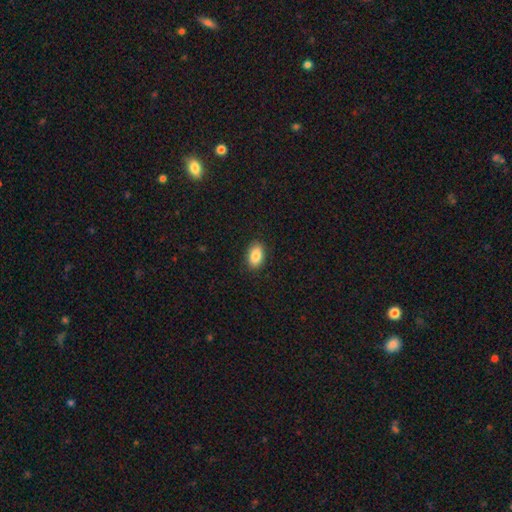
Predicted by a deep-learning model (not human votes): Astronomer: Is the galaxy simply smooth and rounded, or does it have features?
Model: smooth — 87%.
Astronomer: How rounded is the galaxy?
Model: in between — 92%.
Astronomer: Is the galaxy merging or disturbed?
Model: none — 89%.